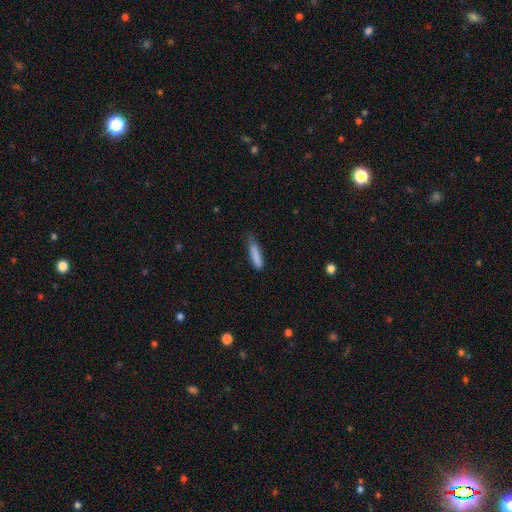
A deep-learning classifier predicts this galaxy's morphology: Smooth or featured? Predicted: smooth (p=0.86). How rounded? Predicted: cigar-shaped (p=0.77). Merging? Predicted: none (p=0.60).